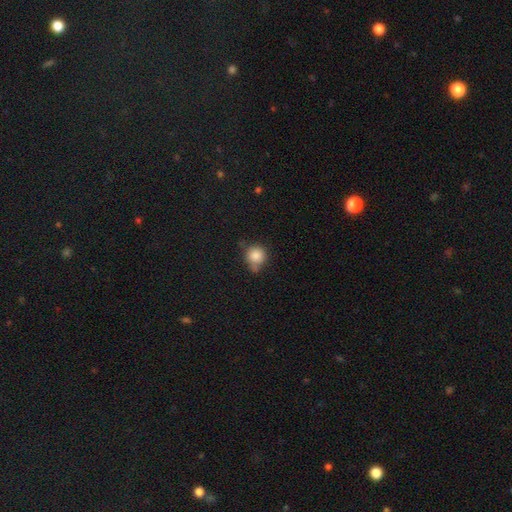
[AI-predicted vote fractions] Smooth or featured?
  - smooth: 85% *
  - star or artifact: 10%
  - featured or disk: 6%
How rounded?
  - round: 90% *
  - in between: 9%
  - cigar-shaped: 1%
Merging?
  - none: 57% *
  - minor disturbance: 23%
  - merger: 14%
  - major disturbance: 6%